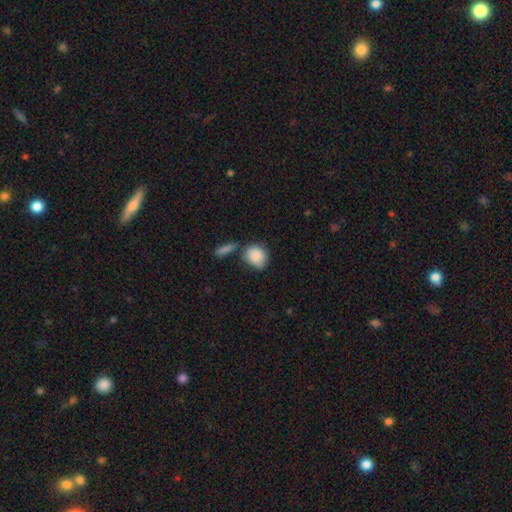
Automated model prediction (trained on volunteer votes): Smooth or featured? smooth (87%)
How rounded? round (54%)
Merging? none (53%)